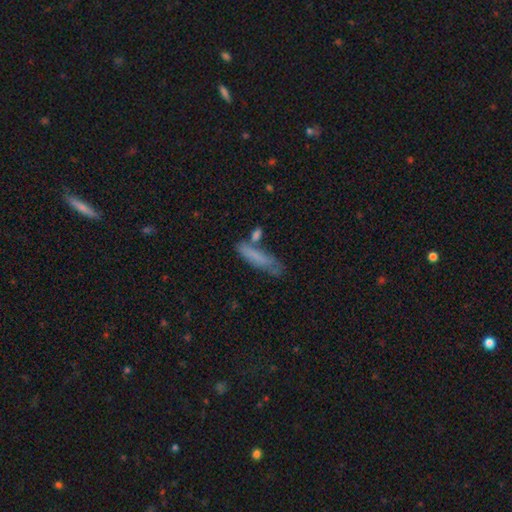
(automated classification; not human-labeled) Q: Smooth or featured?
A: smooth (72%); runner-up: featured or disk (19%)
Q: How rounded?
A: cigar-shaped (76%); runner-up: in between (22%)
Q: Merging?
A: none (51%); runner-up: minor disturbance (25%)